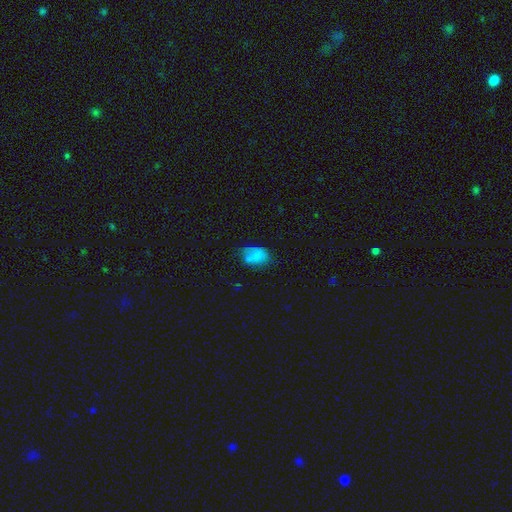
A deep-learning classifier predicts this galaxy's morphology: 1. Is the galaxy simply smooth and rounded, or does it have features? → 71% smooth, 18% featured or disk, 11% star or artifact.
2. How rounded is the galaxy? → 83% in between, 16% round, 2% cigar-shaped.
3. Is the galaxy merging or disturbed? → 42% none, 32% minor disturbance, 18% major disturbance, 9% merger.